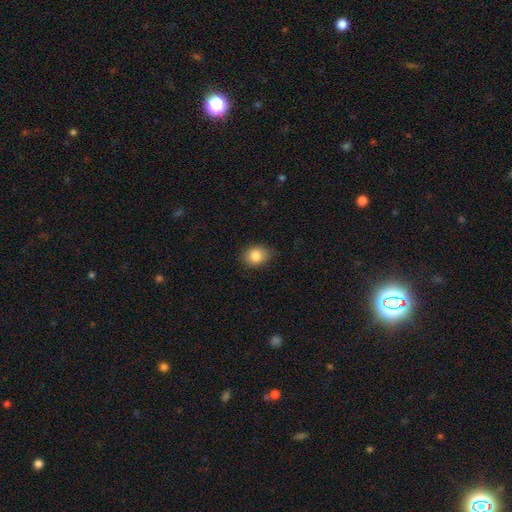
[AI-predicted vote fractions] Q: Smooth or featured?
A: smooth (85%); runner-up: star or artifact (9%)
Q: How rounded?
A: in between (53%); runner-up: round (46%)
Q: Merging?
A: none (80%); runner-up: minor disturbance (16%)